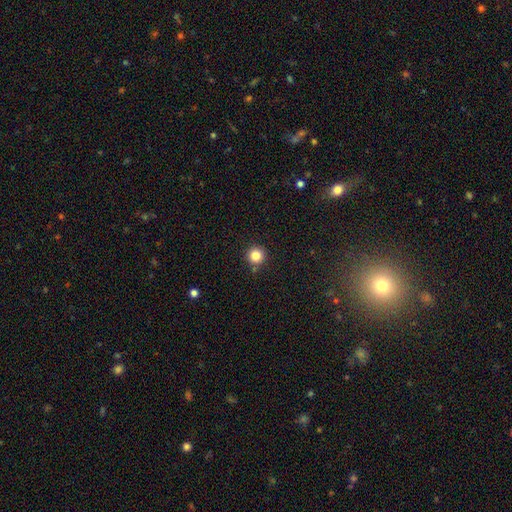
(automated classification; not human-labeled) Smooth or featured?
  - smooth: 83% *
  - star or artifact: 12%
  - featured or disk: 5%
How rounded?
  - round: 96% *
  - in between: 3%
  - cigar-shaped: 1%
Merging?
  - none: 88% *
  - minor disturbance: 6%
  - merger: 4%
  - major disturbance: 2%